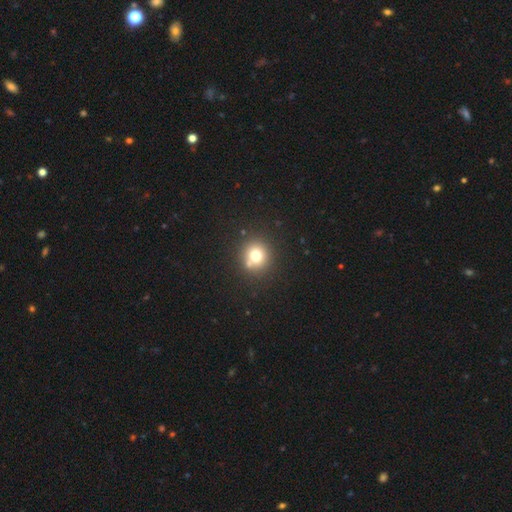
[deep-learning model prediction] The model was most divided on "smooth or featured": smooth: 72%, star or artifact: 15%, featured or disk: 12%. More confident: how rounded — round (90%); merging — none (77%).